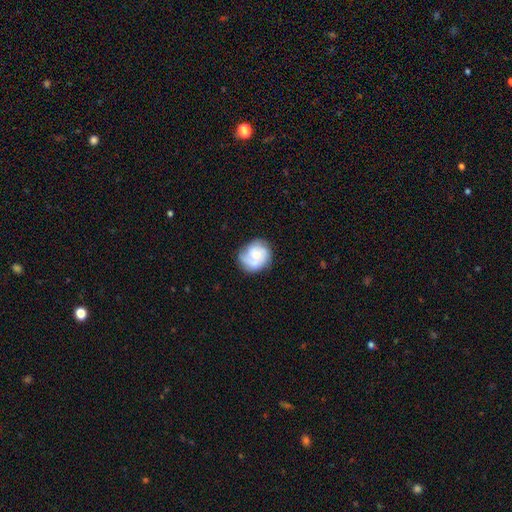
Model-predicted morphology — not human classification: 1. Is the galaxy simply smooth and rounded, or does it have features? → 55% featured or disk, 38% smooth, 7% star or artifact.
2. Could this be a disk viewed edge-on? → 98% no, 2% yes.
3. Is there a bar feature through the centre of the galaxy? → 76% no, 21% weak, 3% strong.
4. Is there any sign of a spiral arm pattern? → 82% yes, 18% no.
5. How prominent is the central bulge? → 47% small, 41% moderate, 6% none, 5% large, 1% dominant.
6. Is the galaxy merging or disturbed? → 62% none, 24% minor disturbance, 9% major disturbance, 5% merger.